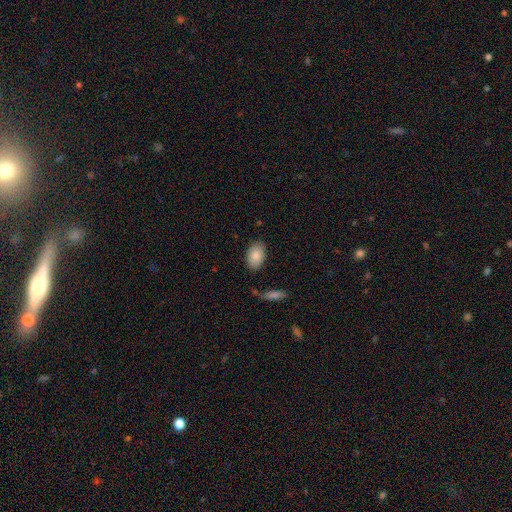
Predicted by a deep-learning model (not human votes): Overall: smooth (87%). How rounded: in between (91%). Merging: none (83%).